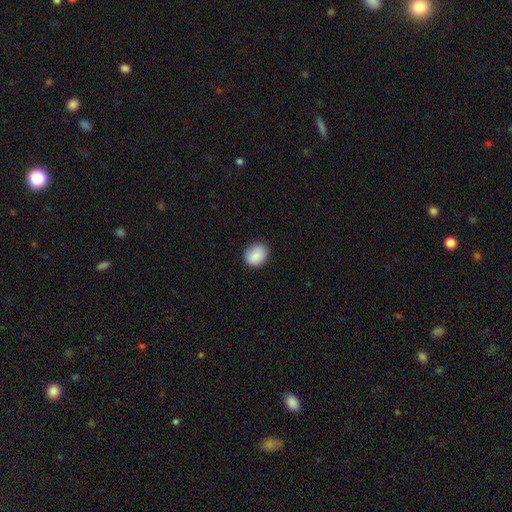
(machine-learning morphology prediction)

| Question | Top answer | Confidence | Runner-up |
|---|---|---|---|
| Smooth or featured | smooth | 89% | star or artifact (7%) |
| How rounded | round | 59% | in between (40%) |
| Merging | none | 83% | minor disturbance (14%) |